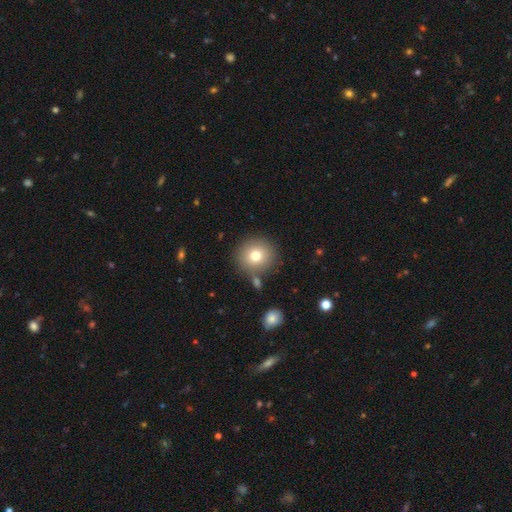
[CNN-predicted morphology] Smooth or featured? Predicted: smooth (p=0.76). How rounded? Predicted: round (p=0.93). Merging? Predicted: none (p=0.82).